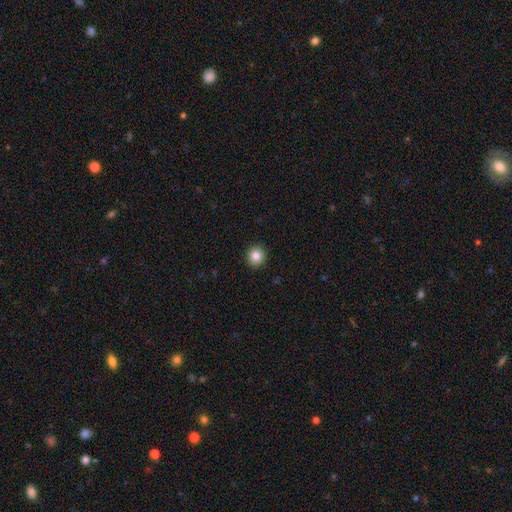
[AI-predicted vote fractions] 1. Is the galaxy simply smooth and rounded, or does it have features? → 84% smooth, 10% star or artifact, 6% featured or disk.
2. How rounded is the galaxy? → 90% round, 9% in between, 1% cigar-shaped.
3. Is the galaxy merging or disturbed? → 92% none, 6% minor disturbance, 2% major disturbance, 1% merger.